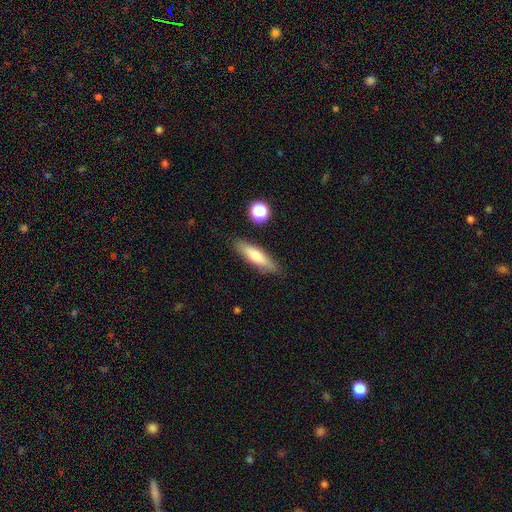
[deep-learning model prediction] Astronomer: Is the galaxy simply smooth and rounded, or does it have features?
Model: smooth — 72%.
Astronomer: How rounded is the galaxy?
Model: cigar-shaped — 70%.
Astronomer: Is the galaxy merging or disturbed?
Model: none — 84%.